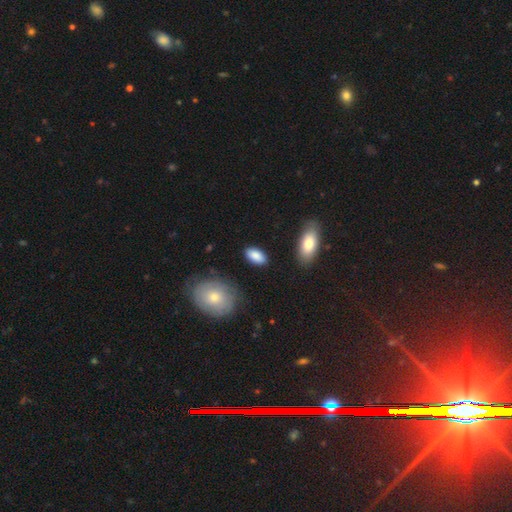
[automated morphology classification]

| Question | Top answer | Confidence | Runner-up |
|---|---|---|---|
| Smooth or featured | smooth | 87% | featured or disk (7%) |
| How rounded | in between | 93% | cigar-shaped (4%) |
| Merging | none | 85% | minor disturbance (10%) |